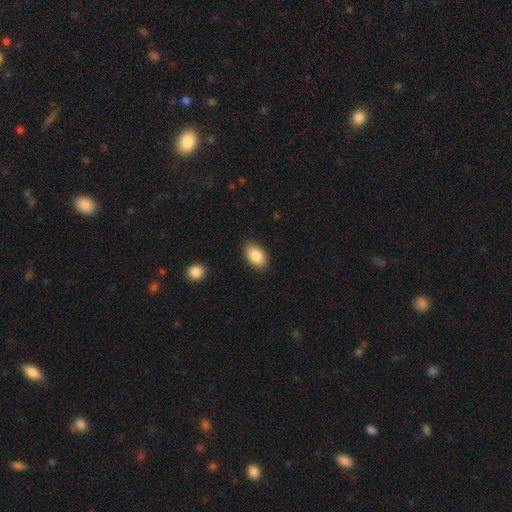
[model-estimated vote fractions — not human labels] A smooth galaxy with no disk features (87%) that is in between round and cigar-shaped (91%).

Vote fractions:
- Smooth or featured? smooth: 87% / star or artifact: 7% / featured or disk: 7%
- How rounded? in between: 91% / round: 8% / cigar-shaped: 1%
- Merging? none: 87% / minor disturbance: 10% / major disturbance: 2% / merger: 1%